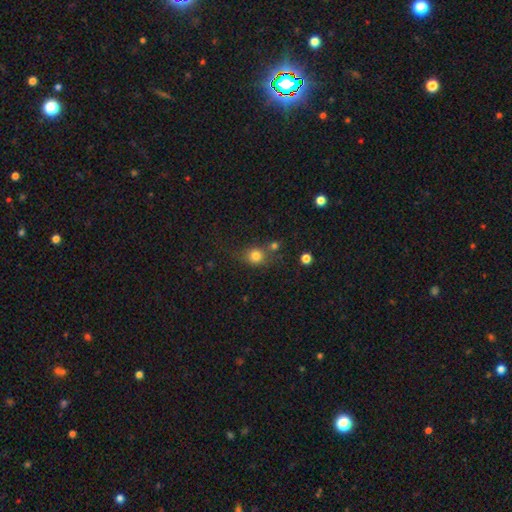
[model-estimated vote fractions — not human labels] smooth 78%, star or artifact 13%, featured or disk 9%. Down the decision tree: how rounded — round (80%); merging — none (57%).